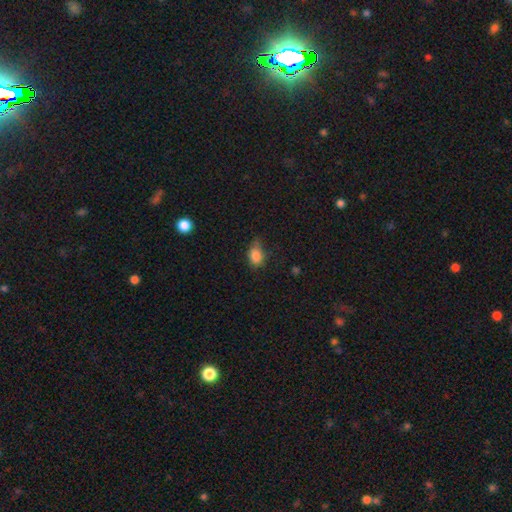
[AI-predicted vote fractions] smooth-or-featured: smooth: 83% | star or artifact: 10% | featured or disk: 7%
  how-rounded: in between: 71% | round: 27% | cigar-shaped: 2%
  merging: none: 48% | minor disturbance: 39% | major disturbance: 11% | merger: 2%